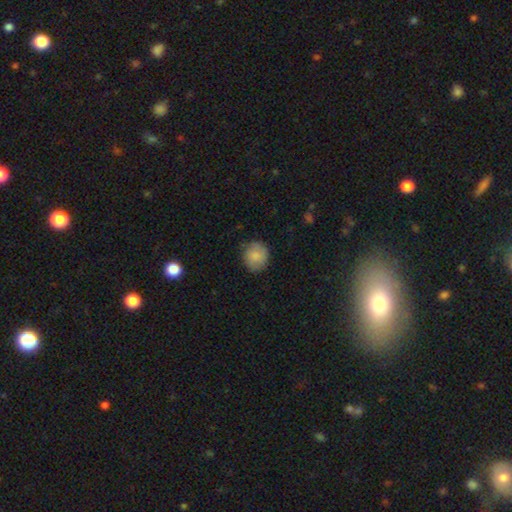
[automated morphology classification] This is clearly a smooth galaxy (80%). How rounded: clearly round (82%). Merging: likely none (76%).